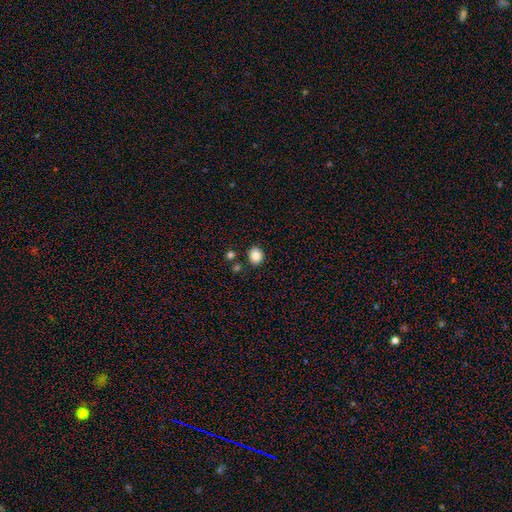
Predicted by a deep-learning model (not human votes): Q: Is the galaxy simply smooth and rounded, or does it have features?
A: smooth — 86%.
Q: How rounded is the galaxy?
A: round — 75%.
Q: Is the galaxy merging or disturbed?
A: none — 87%.